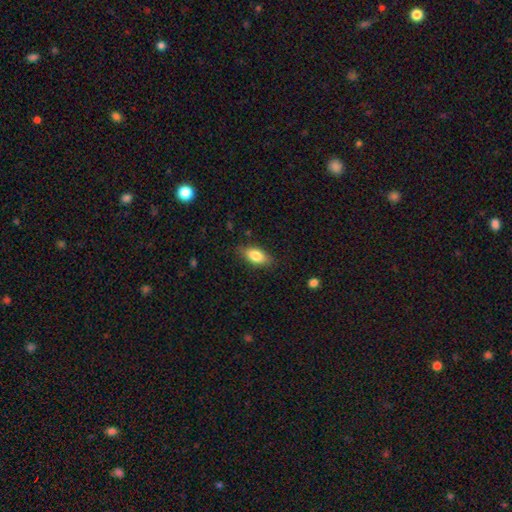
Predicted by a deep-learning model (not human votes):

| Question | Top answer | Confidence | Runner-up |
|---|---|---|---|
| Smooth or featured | smooth | 80% | featured or disk (13%) |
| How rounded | in between | 85% | cigar-shaped (11%) |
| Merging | none | 82% | minor disturbance (13%) |